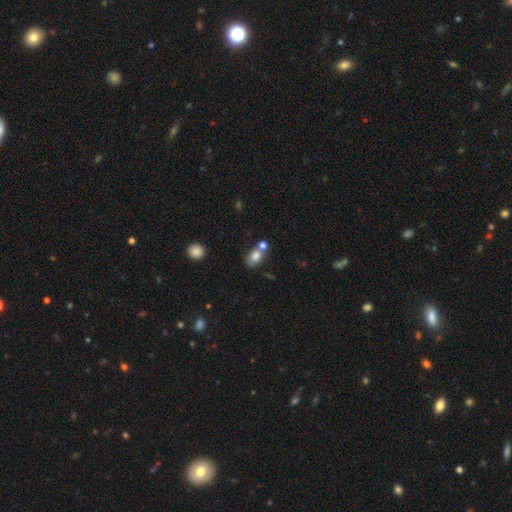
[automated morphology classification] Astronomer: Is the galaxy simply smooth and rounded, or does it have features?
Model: smooth — 78%.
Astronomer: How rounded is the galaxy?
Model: in between — 80%.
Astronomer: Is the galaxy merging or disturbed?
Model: none — 43% (runner-up: merger, 38%).